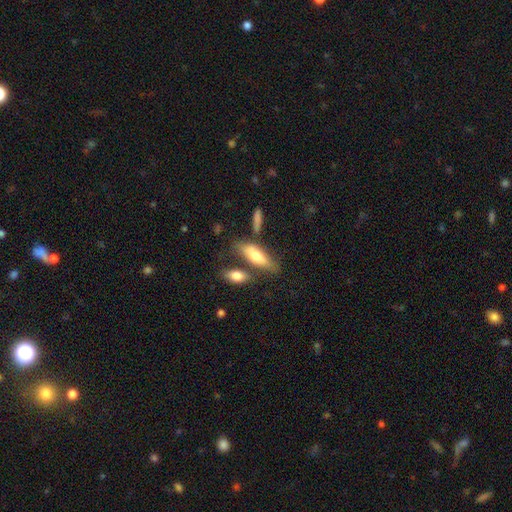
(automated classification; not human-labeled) smooth 65%, featured or disk 28%, star or artifact 7%. Down the decision tree: how rounded — in between (60%); merging — none (54%).